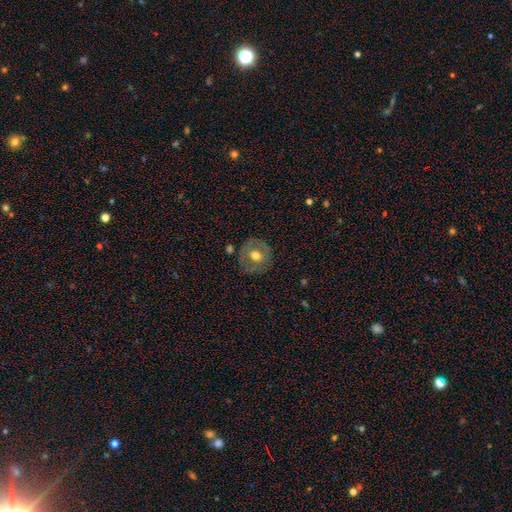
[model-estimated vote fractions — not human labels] Overall: smooth (48%; featured or disk 45%). Merging: none (81%).